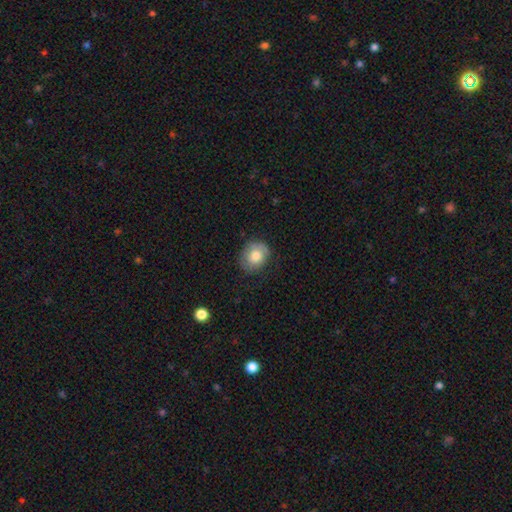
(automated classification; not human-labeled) Overall: smooth (73%). How rounded: round (62%; in between 37%). Merging: none (75%).